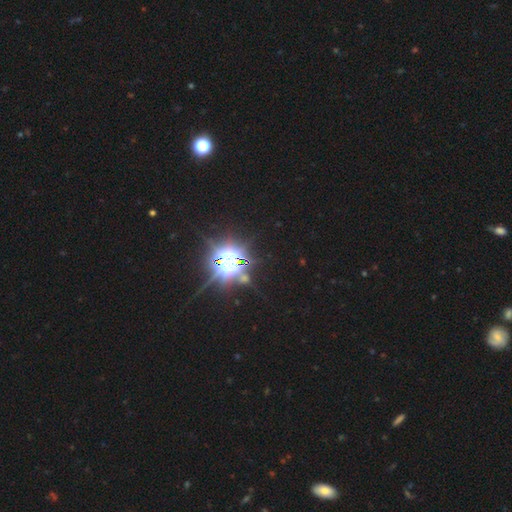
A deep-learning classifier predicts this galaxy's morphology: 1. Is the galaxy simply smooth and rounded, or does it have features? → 85% star or artifact, 10% smooth, 5% featured or disk.